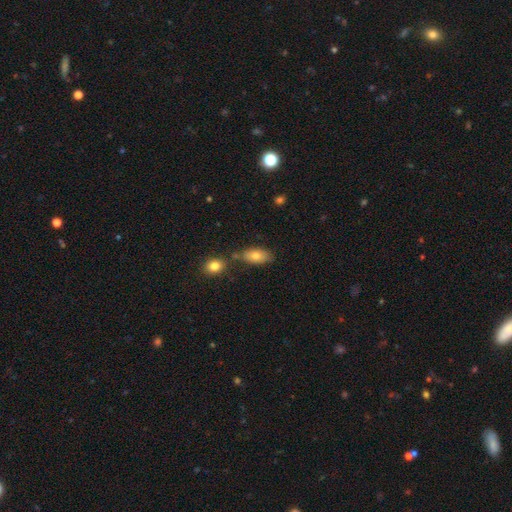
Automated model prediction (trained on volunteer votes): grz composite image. It shows a smooth galaxy with no disk features (76%) that is in between round and cigar-shaped (89%). Merging: none (66%).